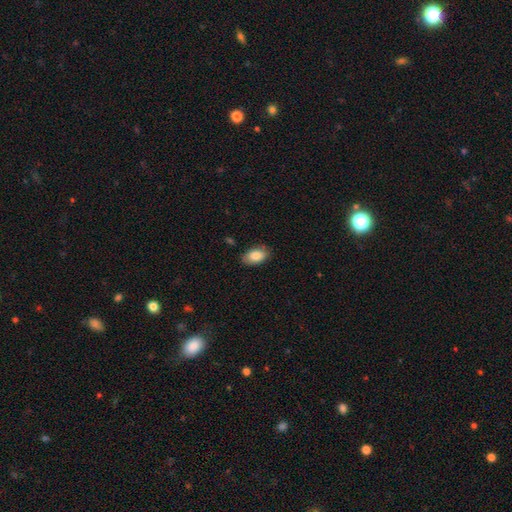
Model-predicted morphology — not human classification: Smooth or featured? Predicted: smooth (p=0.86). How rounded? Predicted: in between (p=0.93). Merging? Predicted: none (p=0.84).